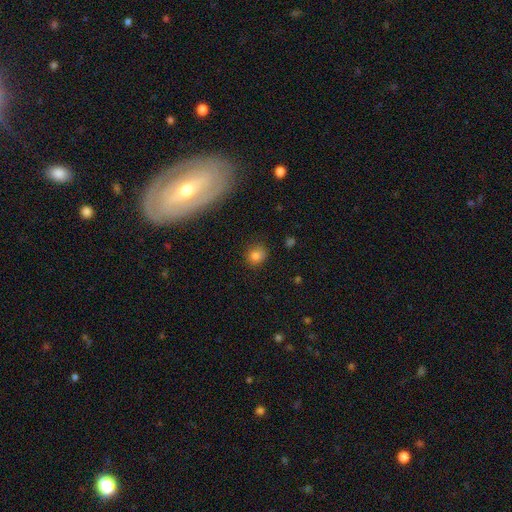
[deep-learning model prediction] Q: Smooth or featured?
A: smooth (81%); runner-up: star or artifact (13%)
Q: How rounded?
A: round (77%); runner-up: in between (22%)
Q: Merging?
A: none (82%); runner-up: minor disturbance (13%)